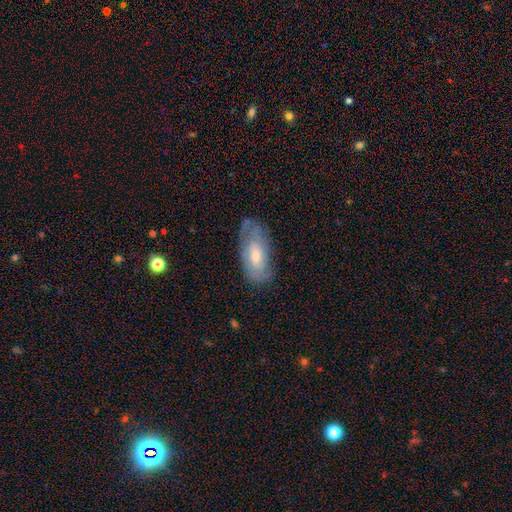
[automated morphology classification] Smooth or featured?
  - featured or disk: 50% *
  - smooth: 43%
  - star or artifact: 7%
Merging?
  - none: 64% *
  - minor disturbance: 26%
  - major disturbance: 9%
  - merger: 2%